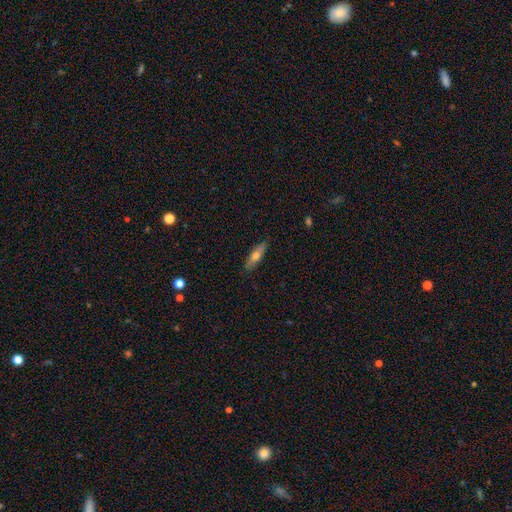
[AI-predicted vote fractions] smooth_or_featured: smooth (p=0.59) [alt: featured or disk p=0.35]
how_rounded: cigar-shaped (p=0.63) [alt: in between p=0.35]
merging: none (p=0.88) [alt: minor disturbance p=0.09]